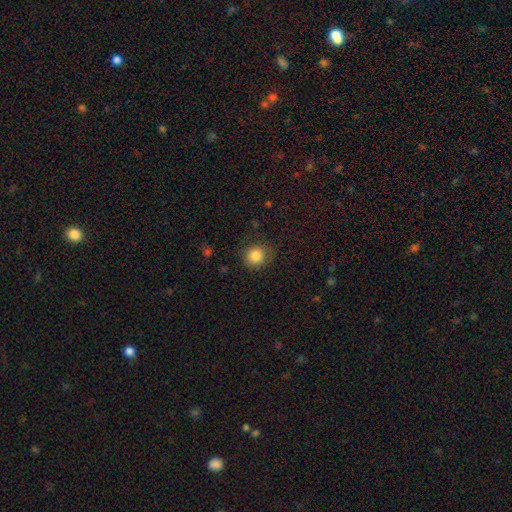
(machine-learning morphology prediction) type=smooth (84%); roundness=round (89%); merging=none (82%).